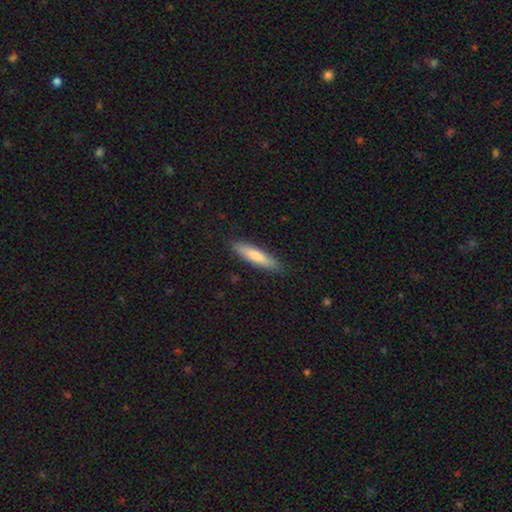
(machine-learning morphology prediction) A smooth galaxy with no disk features (77%) that is cigar-shaped (81%). Merging: none (87%).